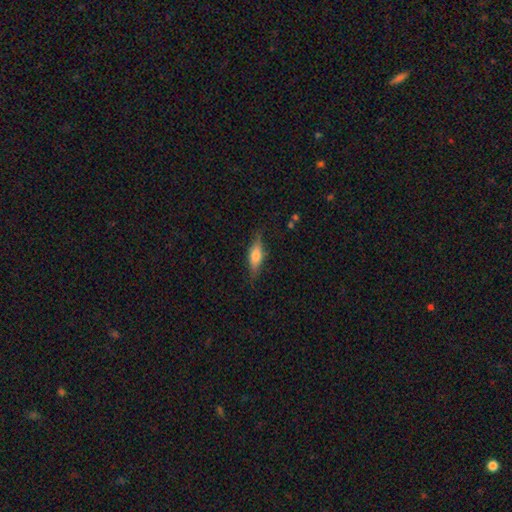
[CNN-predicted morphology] smooth 59%, featured or disk 34%, star or artifact 7%. Down the decision tree: how rounded — in between (56%); merging — none (78%).